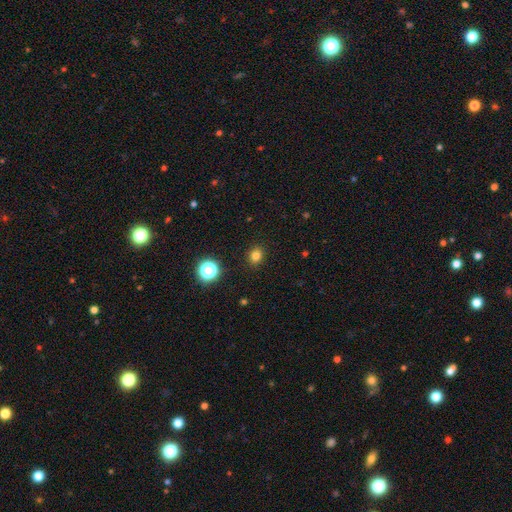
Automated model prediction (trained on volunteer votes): Smooth or featured: smooth — 80% (star or artifact — 15%)
How rounded: round — 73% (in between — 26%)
Merging: none — 91% (minor disturbance — 6%)